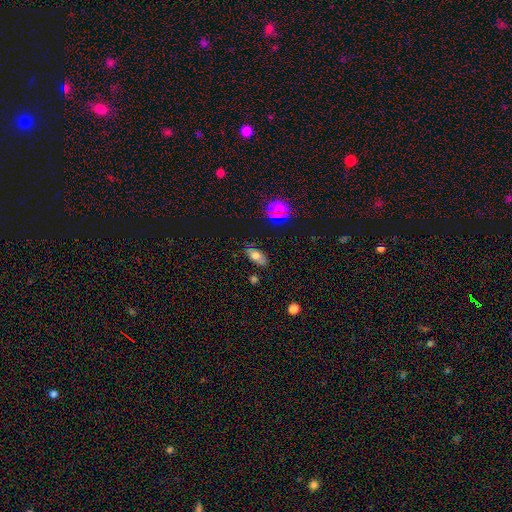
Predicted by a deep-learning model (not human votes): A smooth galaxy with no disk features (65%) that is in between round and cigar-shaped (86%). Merging: none (77%).